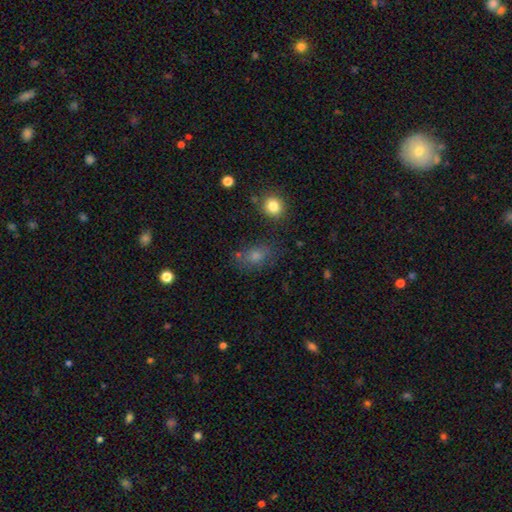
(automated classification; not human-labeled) Q: Smooth or featured?
A: smooth (67%); runner-up: star or artifact (19%)
Q: How rounded?
A: in between (71%); runner-up: round (27%)
Q: Merging?
A: none (70%); runner-up: minor disturbance (18%)